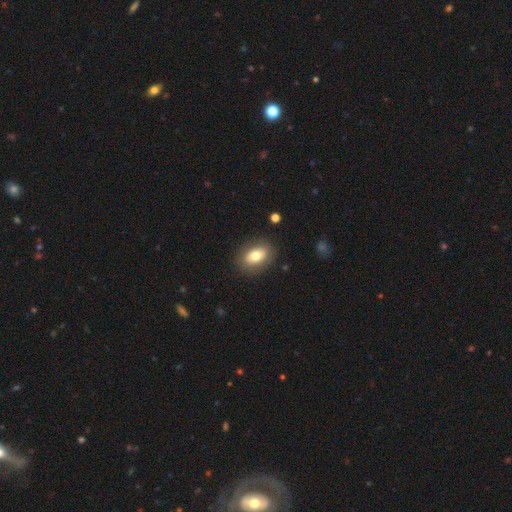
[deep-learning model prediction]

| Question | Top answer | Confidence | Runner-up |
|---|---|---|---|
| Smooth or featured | smooth | 72% | featured or disk (20%) |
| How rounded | in between | 79% | round (19%) |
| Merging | none | 85% | minor disturbance (10%) |